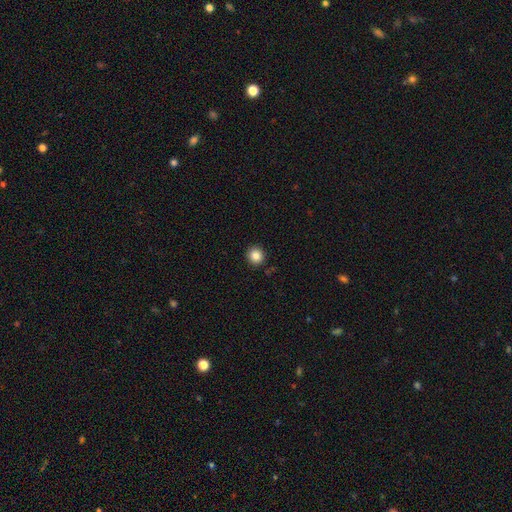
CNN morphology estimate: A smooth galaxy with no disk features (85%) that is round (91%). Merging: none (91%).